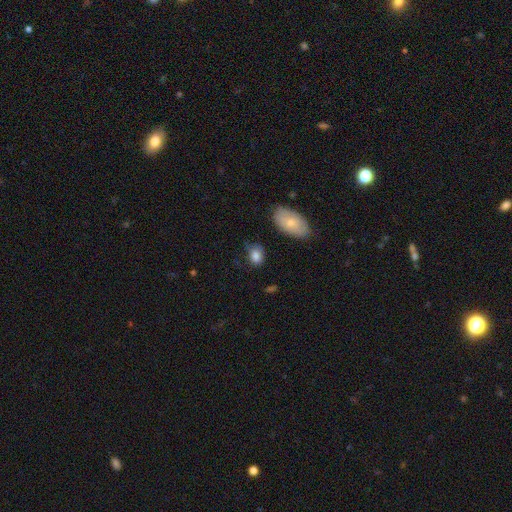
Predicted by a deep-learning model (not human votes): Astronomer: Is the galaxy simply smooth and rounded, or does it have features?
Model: smooth — 82%.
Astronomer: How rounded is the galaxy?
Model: in between — 63%.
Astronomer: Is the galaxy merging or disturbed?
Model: none — 63%.